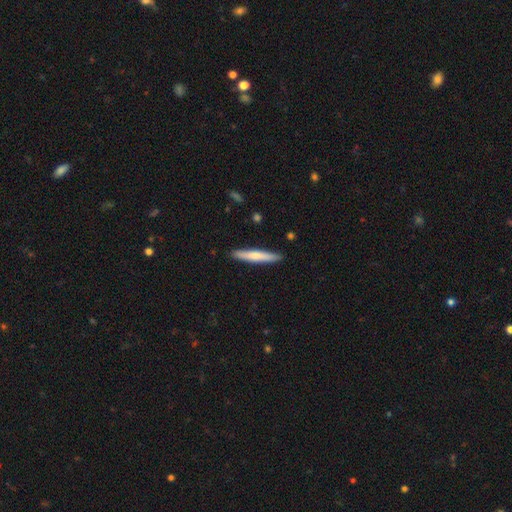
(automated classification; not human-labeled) The model was most divided on "smooth or featured": smooth: 64%, featured or disk: 31%, star or artifact: 5%. More confident: how rounded — cigar-shaped (93%); merging — none (90%).